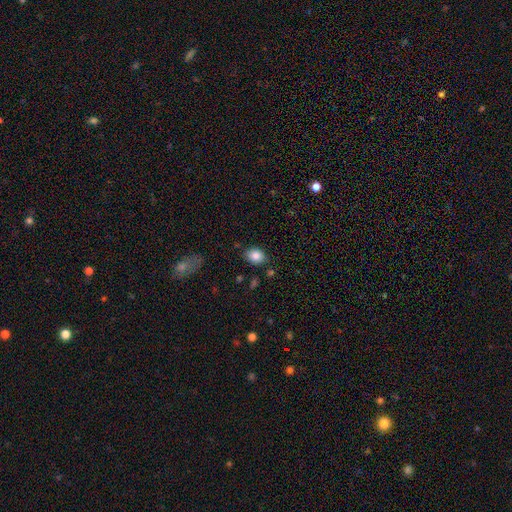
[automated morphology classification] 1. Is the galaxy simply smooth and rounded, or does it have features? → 85% smooth, 9% star or artifact, 6% featured or disk.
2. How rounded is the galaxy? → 59% in between, 40% round, 1% cigar-shaped.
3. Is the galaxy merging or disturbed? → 80% none, 13% minor disturbance, 4% merger, 3% major disturbance.